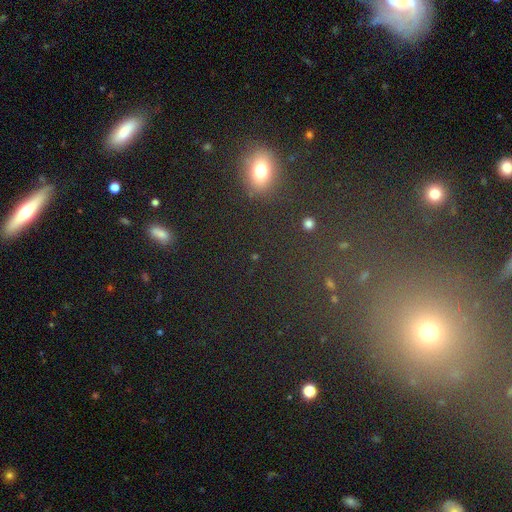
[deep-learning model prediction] Smooth or featured? smooth (54%)
How rounded? round (48%)
Merging? none (80%)